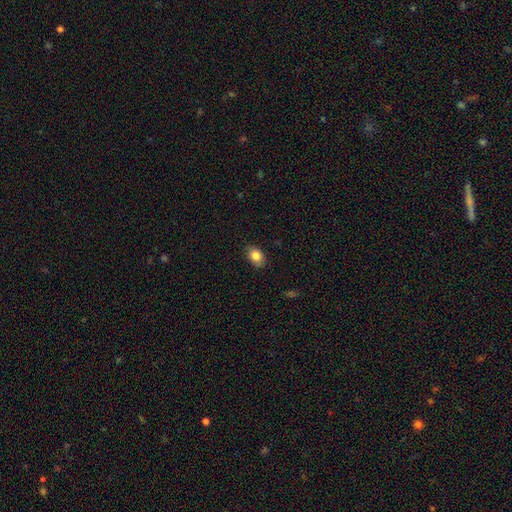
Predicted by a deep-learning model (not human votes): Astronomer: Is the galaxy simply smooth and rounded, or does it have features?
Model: smooth — 84%.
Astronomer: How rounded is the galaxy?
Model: in between — 77%.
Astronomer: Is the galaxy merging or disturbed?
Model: none — 85%.